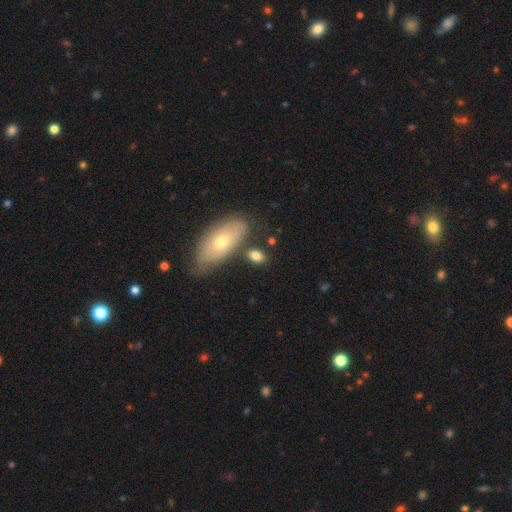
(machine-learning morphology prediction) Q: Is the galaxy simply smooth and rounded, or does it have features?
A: smooth — 78%.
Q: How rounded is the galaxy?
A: in between — 82%.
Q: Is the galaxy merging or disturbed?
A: none — 69%.